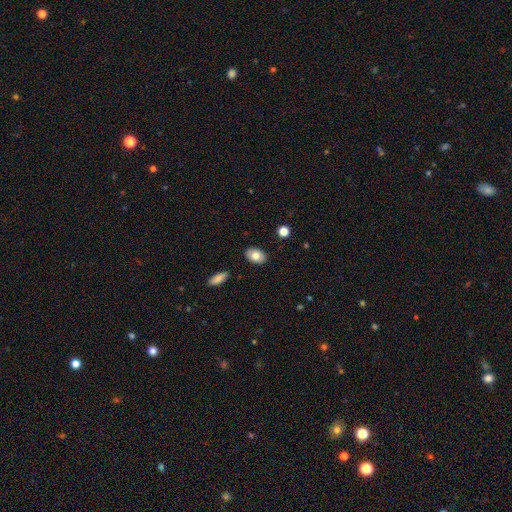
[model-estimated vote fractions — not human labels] Morphology: type=smooth (78%); roundness=in between (89%); merging=none (88%).